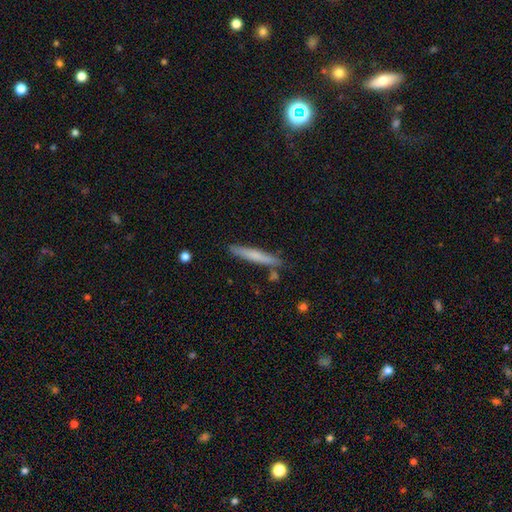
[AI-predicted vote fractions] Smooth or featured? smooth (60%)
How rounded? cigar-shaped (95%)
Merging? none (85%)